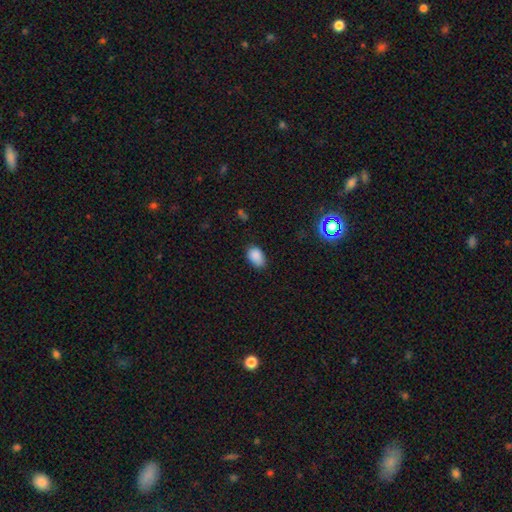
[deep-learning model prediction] Overall: smooth (87%). How rounded: in between (88%). Merging: none (75%).